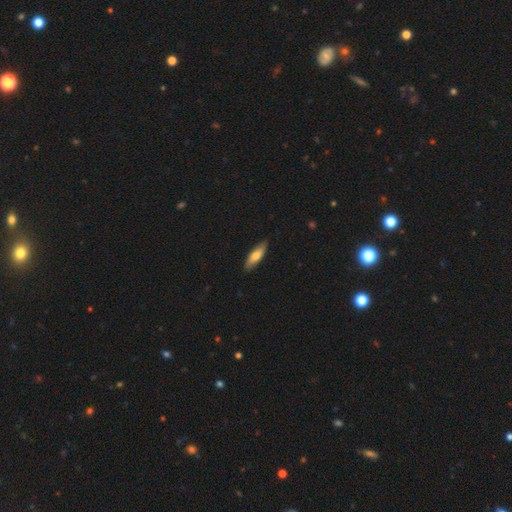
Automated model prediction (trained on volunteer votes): smooth_or_featured: smooth (p=0.69) [alt: featured or disk p=0.25]
how_rounded: cigar-shaped (p=0.57) [alt: in between p=0.41]
merging: none (p=0.88) [alt: minor disturbance p=0.10]